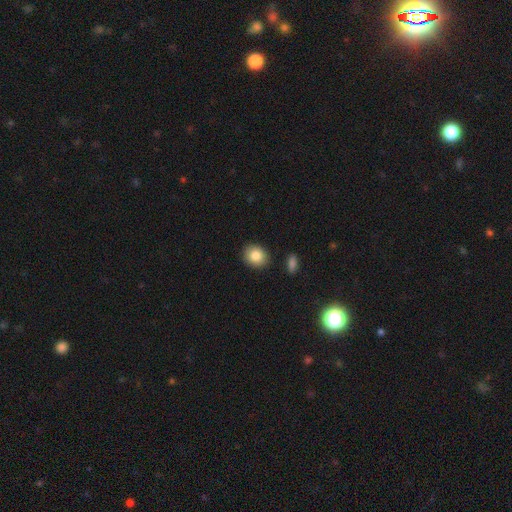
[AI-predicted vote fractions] smooth-or-featured: smooth: 85% | star or artifact: 8% | featured or disk: 7%
  how-rounded: round: 63% | in between: 36% | cigar-shaped: 1%
  merging: none: 88% | minor disturbance: 8% | merger: 2% | major disturbance: 2%